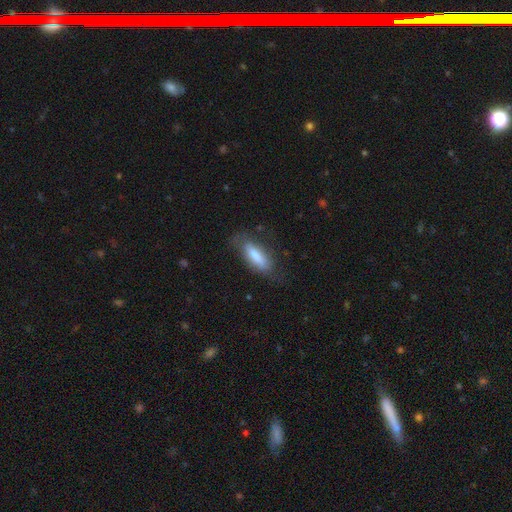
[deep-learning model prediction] Overall: smooth (72%). How rounded: in between (56%; cigar-shaped 42%). Merging: none (65%).